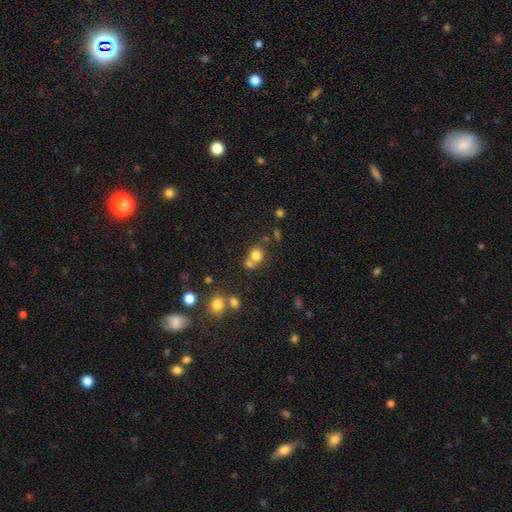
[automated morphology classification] This appears to be a smooth galaxy with no disk features (77%) that is round (80%). Merging: none (49%).